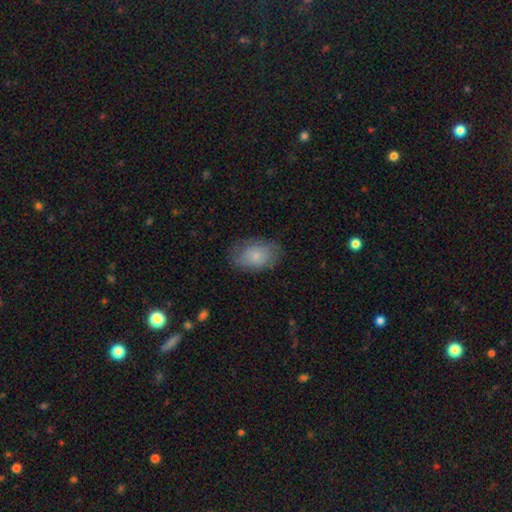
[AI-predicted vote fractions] Smooth or featured: smooth — 76% (featured or disk — 17%)
How rounded: in between — 87% (round — 12%)
Merging: none — 73% (minor disturbance — 19%)